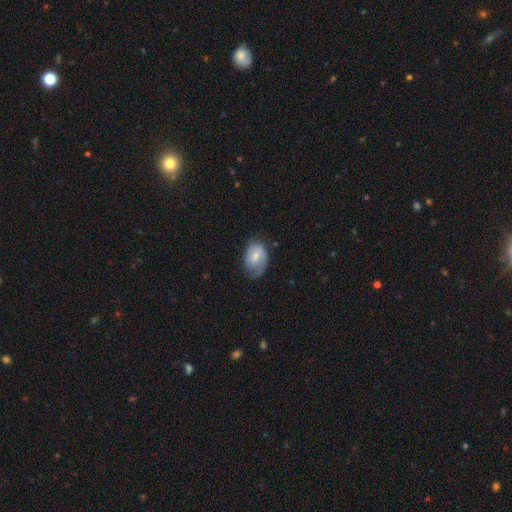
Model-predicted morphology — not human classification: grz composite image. It shows a smooth galaxy with no disk features (48%). Merging: none (50%).